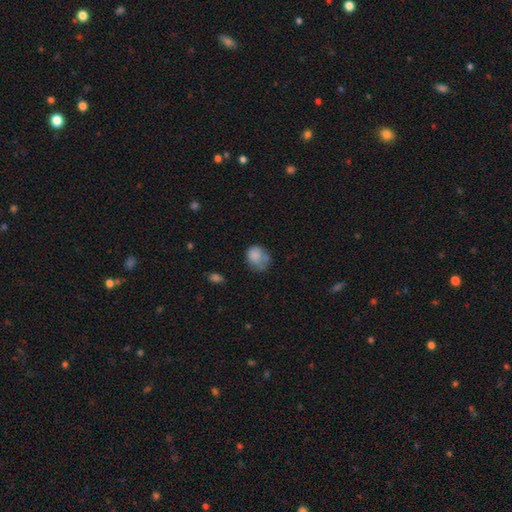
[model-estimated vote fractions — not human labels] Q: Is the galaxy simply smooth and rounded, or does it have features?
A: smooth — 78%.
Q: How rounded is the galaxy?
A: round — 53%.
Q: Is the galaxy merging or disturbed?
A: none — 42%.